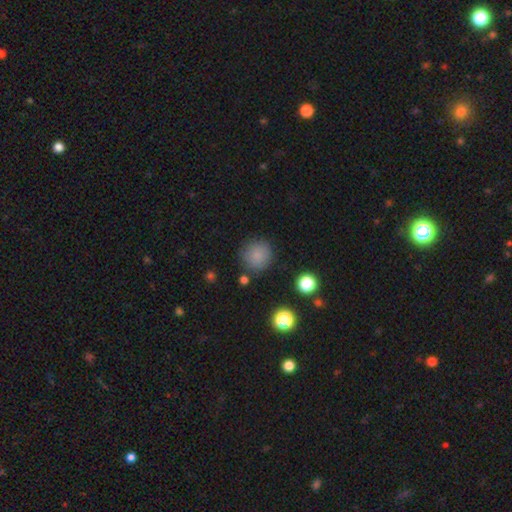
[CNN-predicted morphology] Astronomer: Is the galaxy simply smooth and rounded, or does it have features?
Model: smooth — 84%.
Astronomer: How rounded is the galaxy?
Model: round — 93%.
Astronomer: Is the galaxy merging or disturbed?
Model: none — 85%.